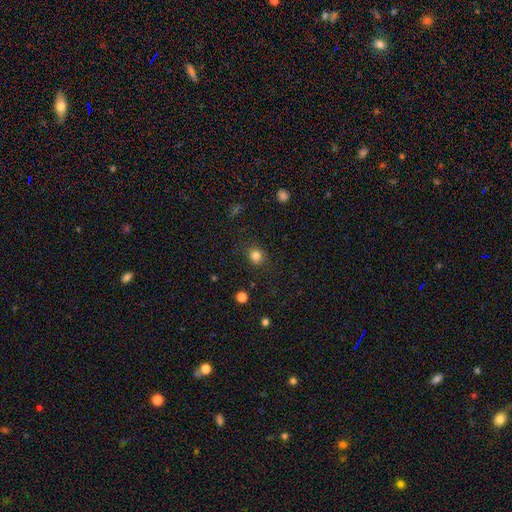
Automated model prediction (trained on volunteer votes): smooth_or_featured: smooth (p=0.82) [alt: star or artifact p=0.13]
how_rounded: round (p=0.82) [alt: in between p=0.17]
merging: none (p=0.87) [alt: minor disturbance p=0.09]